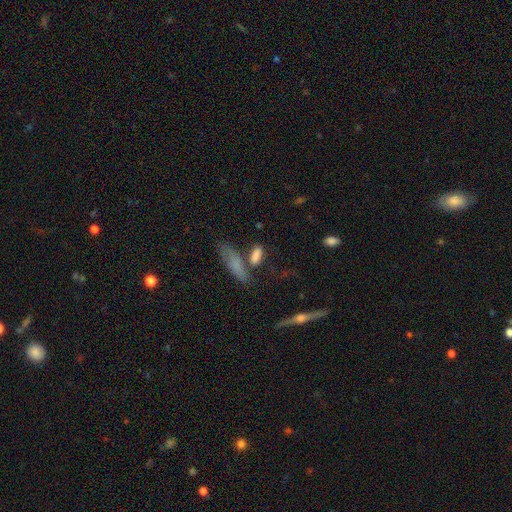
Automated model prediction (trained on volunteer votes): This appears to be a smooth galaxy with no disk features (79%) that is in between round and cigar-shaped (61%). Merging: none (56%).